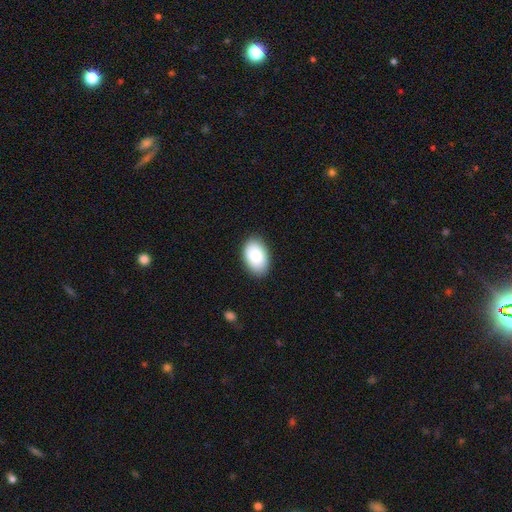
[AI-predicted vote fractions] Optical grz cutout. It shows a smooth galaxy with no disk features (83%) that is in between round and cigar-shaped (91%). Merging: none (87%).